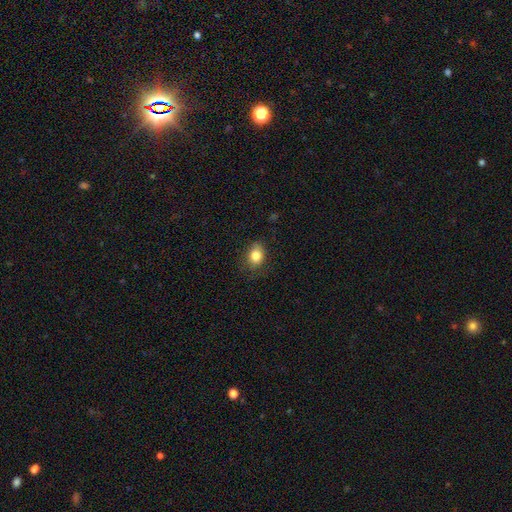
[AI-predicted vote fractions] Smooth or featured?
  - smooth: 83% *
  - star or artifact: 10%
  - featured or disk: 7%
How rounded?
  - in between: 65% *
  - round: 34%
  - cigar-shaped: 1%
Merging?
  - none: 76% *
  - minor disturbance: 18%
  - major disturbance: 5%
  - merger: 1%